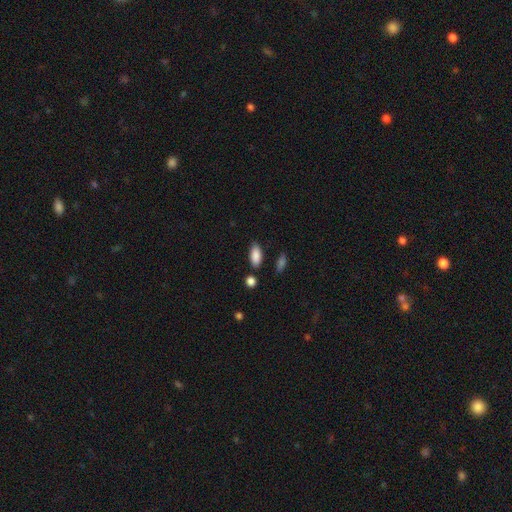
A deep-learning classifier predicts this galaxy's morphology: Smooth or featured? Predicted: smooth (p=0.88). How rounded? Predicted: in between (p=0.88). Merging? Predicted: none (p=0.80).